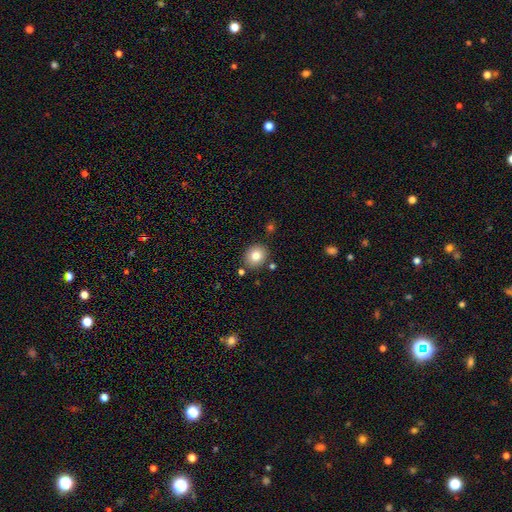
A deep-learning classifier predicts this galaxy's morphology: smooth-or-featured: smooth: 80% | star or artifact: 10% | featured or disk: 9%
  how-rounded: round: 75% | in between: 24% | cigar-shaped: 1%
  merging: none: 84% | minor disturbance: 9% | merger: 5% | major disturbance: 2%